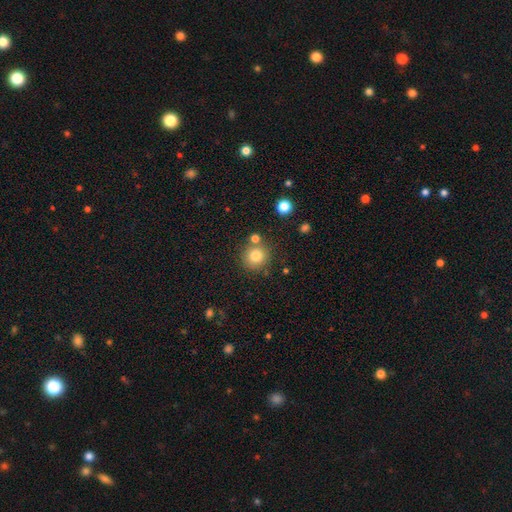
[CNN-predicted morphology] Smooth or featured? Predicted: smooth (p=0.80). How rounded? Predicted: round (p=0.92). Merging? Predicted: none (p=0.76).